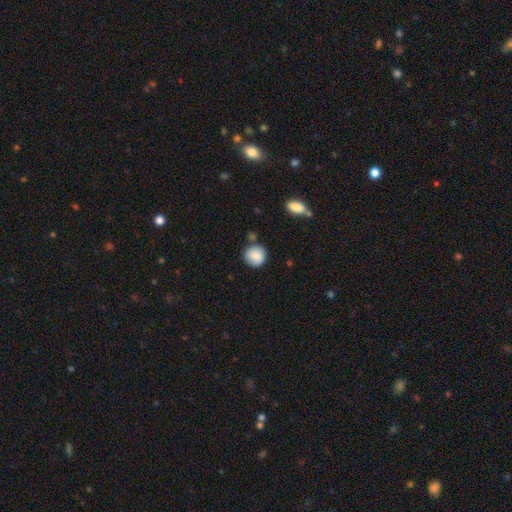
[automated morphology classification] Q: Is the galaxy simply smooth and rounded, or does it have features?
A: smooth — 80%.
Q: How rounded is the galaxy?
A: round — 89%.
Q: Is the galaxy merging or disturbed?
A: none — 73%.